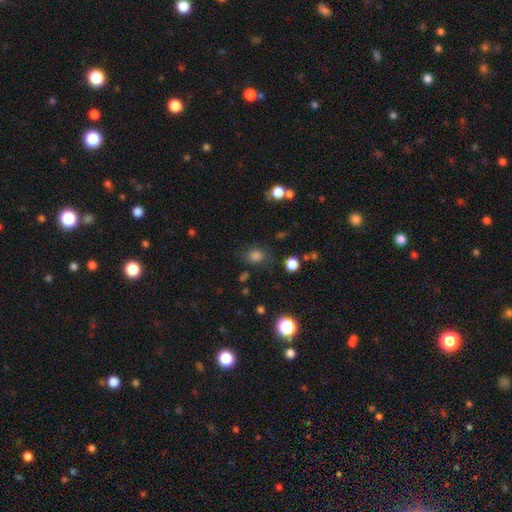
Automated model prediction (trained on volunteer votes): smooth_or_featured: smooth (p=0.78) [alt: star or artifact p=0.16]
how_rounded: in between (p=0.54) [alt: round p=0.45]
merging: none (p=0.70) [alt: minor disturbance p=0.19]